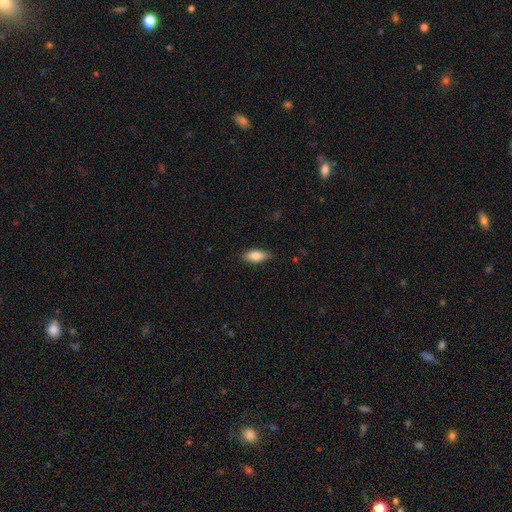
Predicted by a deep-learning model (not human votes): This is clearly a smooth galaxy (83%). How rounded: clearly in between (84%). Merging: clearly none (85%).